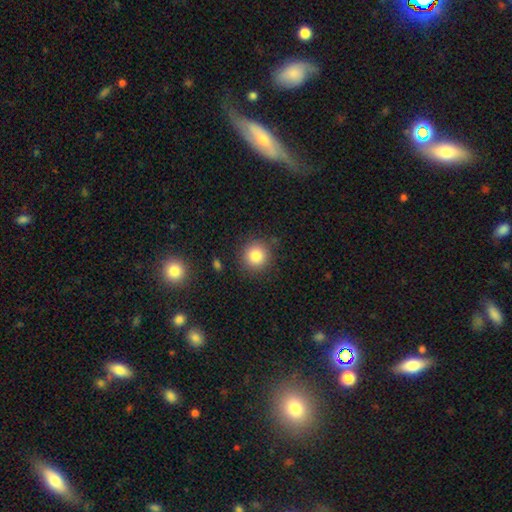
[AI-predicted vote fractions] A smooth galaxy with no disk features (83%) that is round (92%).

Vote fractions:
- Smooth or featured? smooth: 83% / star or artifact: 10% / featured or disk: 6%
- How rounded? round: 92% / in between: 7% / cigar-shaped: 1%
- Merging? none: 86% / minor disturbance: 9% / major disturbance: 3% / merger: 2%